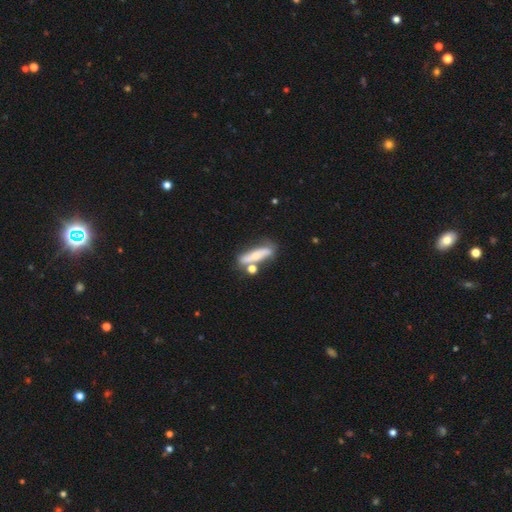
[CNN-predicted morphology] A smooth galaxy with no disk features (52%) that is cigar-shaped (66%).

Vote fractions:
- Smooth or featured? smooth: 52% / featured or disk: 41% / star or artifact: 8%
- How rounded? cigar-shaped: 66% / in between: 30% / round: 4%
- Merging? none: 53% / merger: 21% / minor disturbance: 18% / major disturbance: 7%